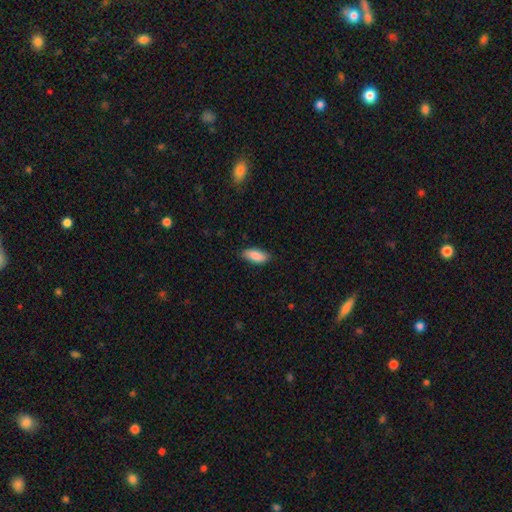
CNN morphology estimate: type=smooth (88%); roundness=in between (88%); merging=none (82%).